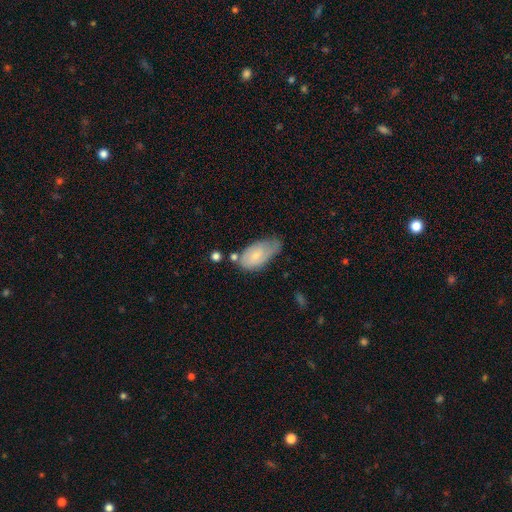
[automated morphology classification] Smooth or featured?
  - smooth: 64% *
  - featured or disk: 30%
  - star or artifact: 6%
How rounded?
  - in between: 92% *
  - cigar-shaped: 4%
  - round: 4%
Merging?
  - minor disturbance: 39% *
  - none: 38%
  - major disturbance: 14%
  - merger: 8%